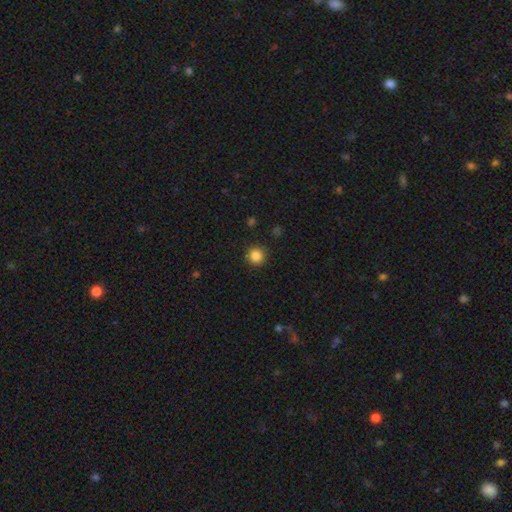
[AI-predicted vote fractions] Q: Smooth or featured?
A: smooth (86%); runner-up: star or artifact (11%)
Q: How rounded?
A: round (95%); runner-up: in between (4%)
Q: Merging?
A: none (90%); runner-up: minor disturbance (7%)